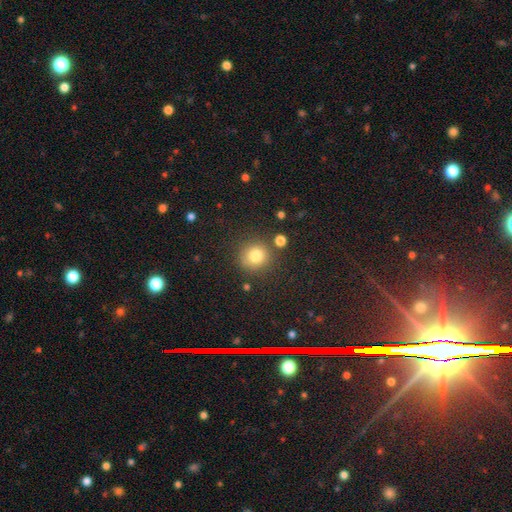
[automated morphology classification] Smooth or featured? smooth (80%)
How rounded? round (90%)
Merging? none (81%)